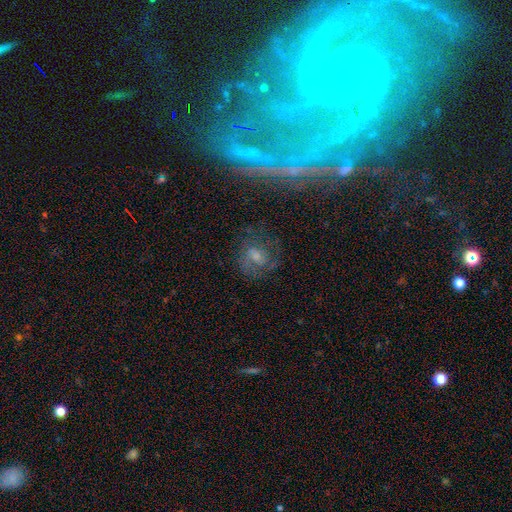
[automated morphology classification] type=featured or disk (54%); edge-on=no (94%); bar=no (45%); spiral arms=yes (82%); bulge=moderate (42%); merging=none (71%).